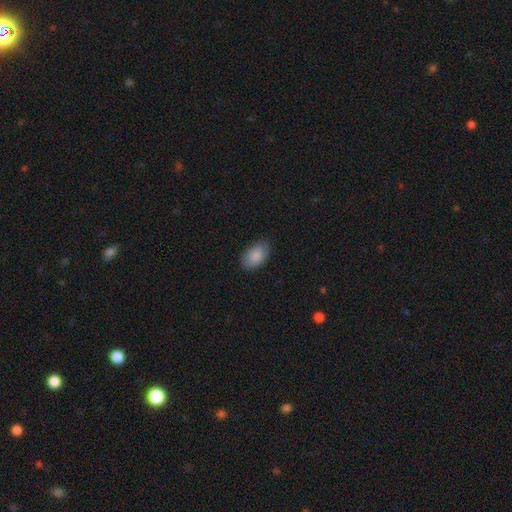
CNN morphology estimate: The model was most divided on "merging": none: 83%, minor disturbance: 14%, major disturbance: 3%, merger: 1%. More confident: how rounded — in between (92%); smooth or featured — smooth (88%).